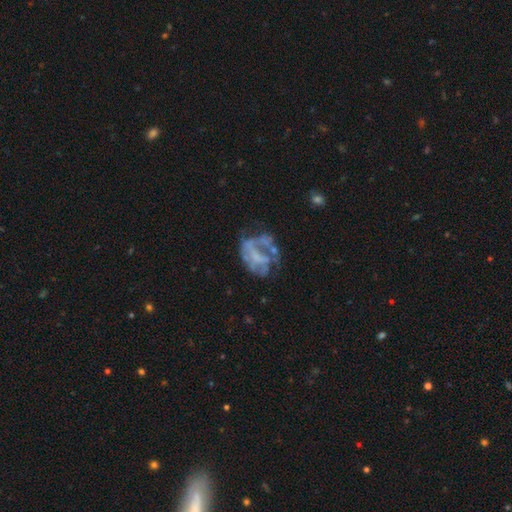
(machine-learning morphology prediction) Q: Smooth or featured?
A: featured or disk (66%); runner-up: smooth (21%)
Q: Edge-on disk?
A: no (98%); runner-up: yes (2%)
Q: Bar?
A: no (71%); runner-up: weak (20%)
Q: Spiral arms?
A: no (69%); runner-up: yes (31%)
Q: Bulge size?
A: none (69%); runner-up: small (14%)
Q: Merging?
A: major disturbance (37%); runner-up: none (33%)